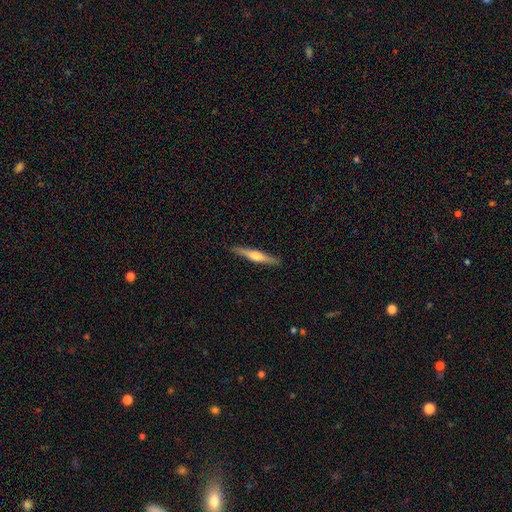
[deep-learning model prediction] Q: Smooth or featured?
A: featured or disk (61%); runner-up: smooth (33%)
Q: Edge-on disk?
A: yes (98%); runner-up: no (2%)
Q: Edge-on bulge?
A: rounded (84%); runner-up: boxy (9%)
Q: Merging?
A: none (91%); runner-up: minor disturbance (7%)